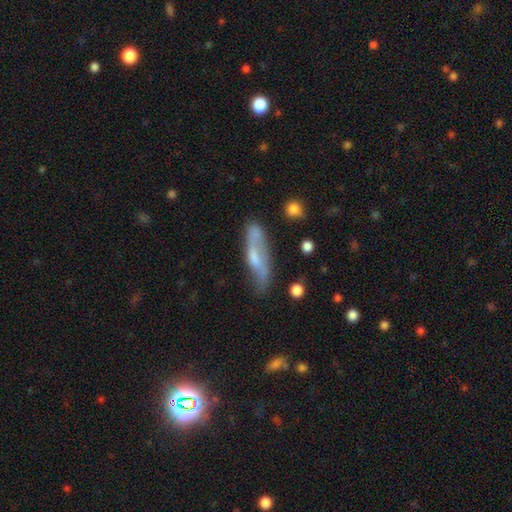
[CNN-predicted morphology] A featured or disk galaxy (52%). Merging: none (59%).